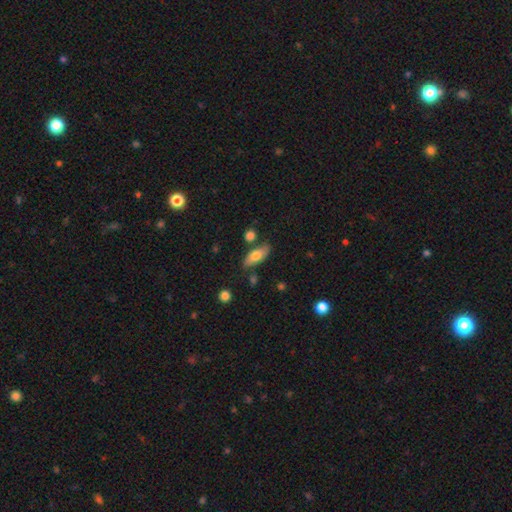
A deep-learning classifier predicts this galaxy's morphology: Smooth or featured?
  - smooth: 72% *
  - featured or disk: 21%
  - star or artifact: 7%
How rounded?
  - in between: 76% *
  - cigar-shaped: 20%
  - round: 3%
Merging?
  - none: 73% *
  - minor disturbance: 15%
  - merger: 8%
  - major disturbance: 4%